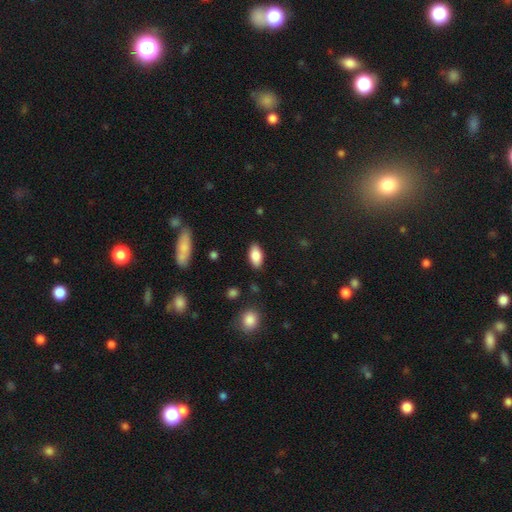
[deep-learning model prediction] smooth 86%, featured or disk 7%, star or artifact 7%. Down the decision tree: how rounded — in between (91%); merging — none (87%).